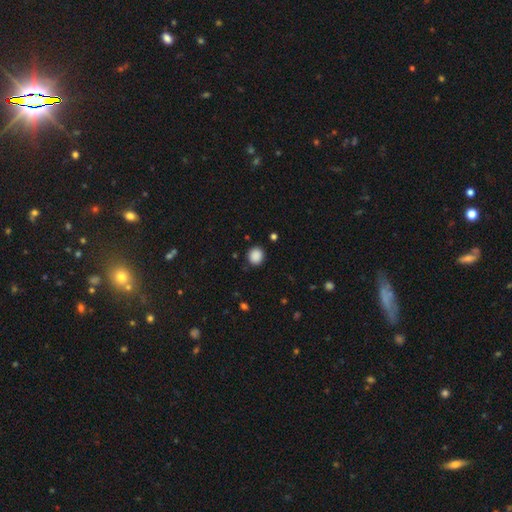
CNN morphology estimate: Smooth or featured? smooth (88%)
How rounded? round (85%)
Merging? none (89%)